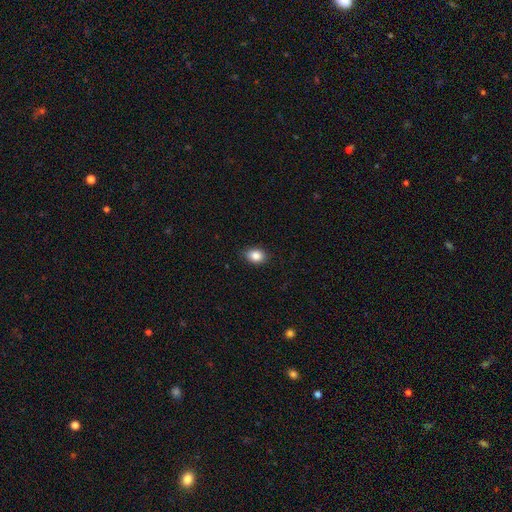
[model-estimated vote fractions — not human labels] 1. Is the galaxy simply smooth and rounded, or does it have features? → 86% smooth, 9% star or artifact, 5% featured or disk.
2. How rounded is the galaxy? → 73% in between, 26% round, 1% cigar-shaped.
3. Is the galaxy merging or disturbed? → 86% none, 11% minor disturbance, 2% major disturbance, 1% merger.